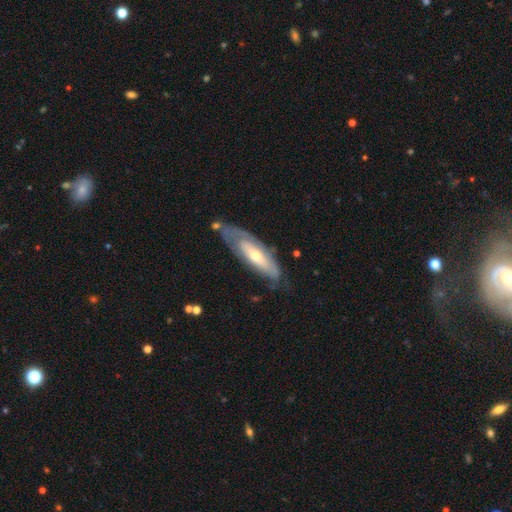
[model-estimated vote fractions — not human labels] Smooth or featured? Predicted: featured or disk (p=0.63). Edge-on disk? Predicted: no (p=0.70). Merging? Predicted: none (p=0.58).